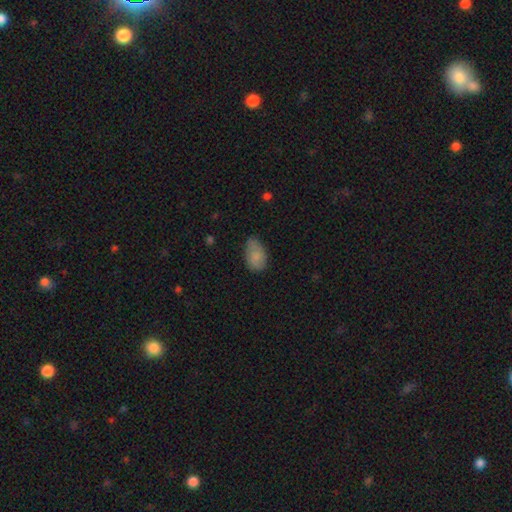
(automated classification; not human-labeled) Smooth or featured: smooth — 82% (featured or disk — 10%)
How rounded: in between — 91% (round — 8%)
Merging: none — 57% (minor disturbance — 33%)